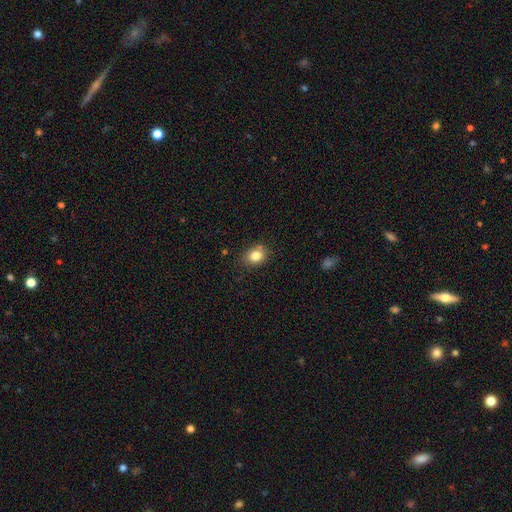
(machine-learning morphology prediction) Smooth or featured? Predicted: smooth (p=0.82). How rounded? Predicted: in between (p=0.51). Merging? Predicted: none (p=0.75).